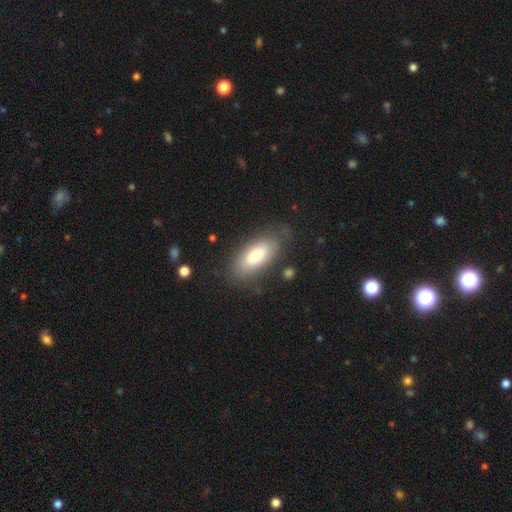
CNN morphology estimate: A smooth galaxy with no disk features (72%) that is in between round and cigar-shaped (86%).

Vote fractions:
- Smooth or featured? smooth: 72% / featured or disk: 20% / star or artifact: 7%
- How rounded? in between: 86% / cigar-shaped: 12% / round: 3%
- Merging? none: 78% / minor disturbance: 15% / major disturbance: 5% / merger: 2%